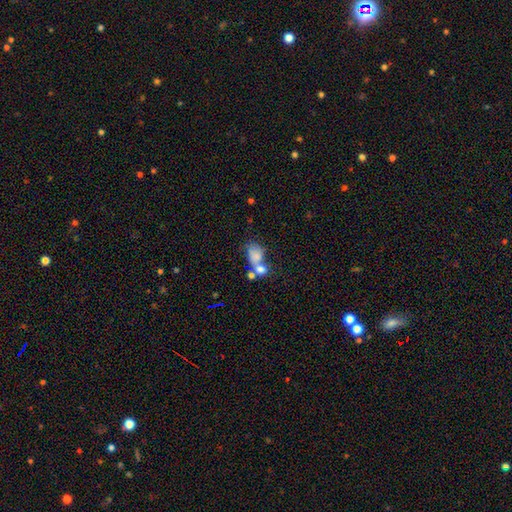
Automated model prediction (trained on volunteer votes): Smooth or featured?
  - smooth: 70% *
  - featured or disk: 19%
  - star or artifact: 11%
How rounded?
  - in between: 73% *
  - round: 25%
  - cigar-shaped: 2%
Merging?
  - merger: 55% *
  - none: 22%
  - major disturbance: 12%
  - minor disturbance: 12%